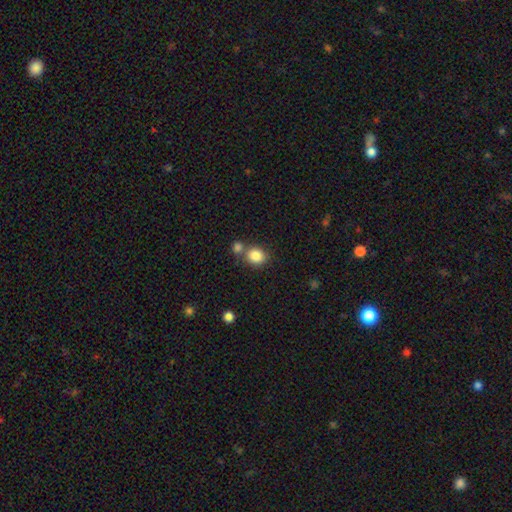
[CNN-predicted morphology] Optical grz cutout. It shows a smooth galaxy with no disk features (85%) that is round (73%). Merging: none (60%).